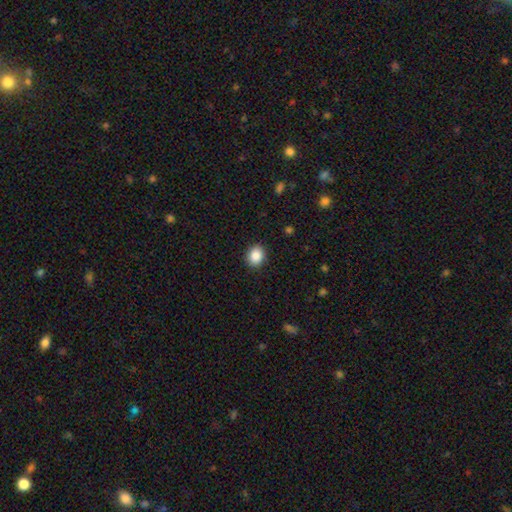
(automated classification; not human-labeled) Morphology: type=smooth (87%); roundness=round (61%); merging=none (90%).